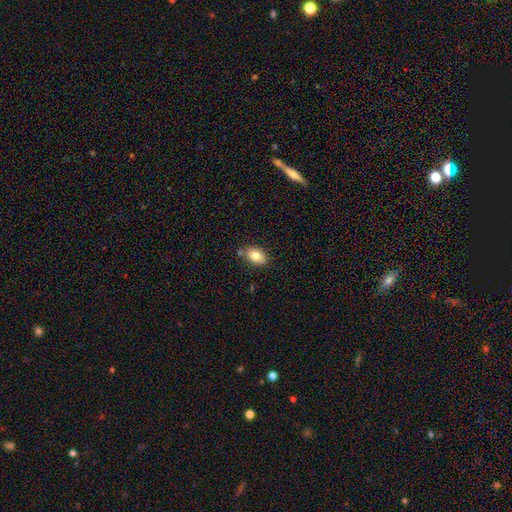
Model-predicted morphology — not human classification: Smooth or featured? smooth (82%)
How rounded? in between (82%)
Merging? none (76%)